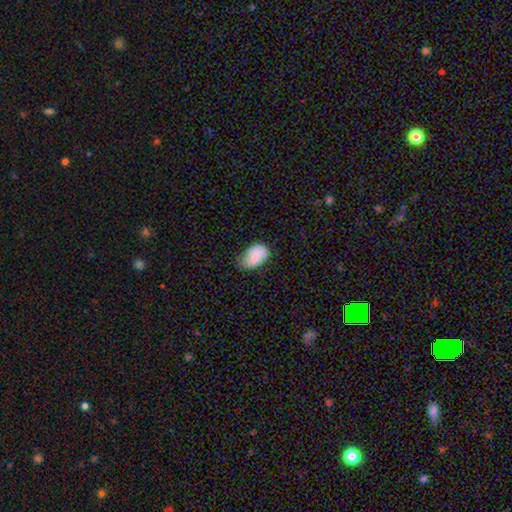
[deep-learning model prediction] Smooth or featured: smooth — 78% (featured or disk — 15%)
How rounded: in between — 88% (round — 11%)
Merging: none — 54% (minor disturbance — 36%)